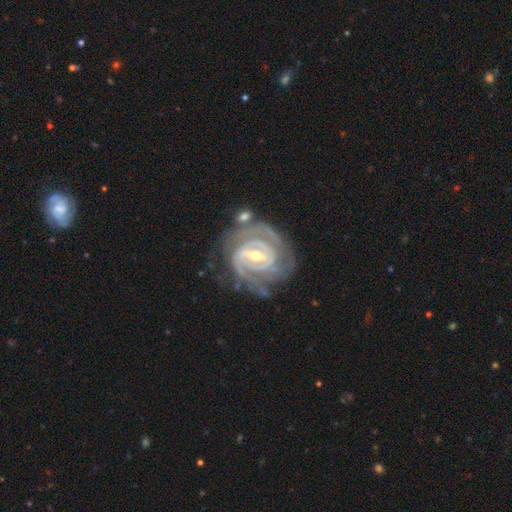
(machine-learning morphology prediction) smooth_or_featured: featured or disk (p=0.92) [alt: star or artifact p=0.04]
disk_edge_on: no (p=0.97) [alt: yes p=0.03]
bar: strong (p=0.51) [alt: weak p=0.39]
has_spiral_arms: yes (p=0.97) [alt: no p=0.03]
spiral_winding: tight (p=0.76) [alt: medium p=0.21]
spiral_arm_count: 2 (p=0.44) [alt: 3 p=0.24]
bulge_size: moderate (p=0.53) [alt: small p=0.43]
merging: none (p=0.65) [alt: minor disturbance p=0.18]